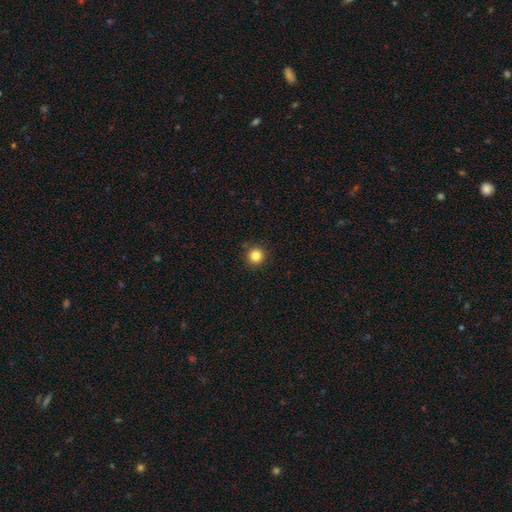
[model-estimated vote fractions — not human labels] Smooth or featured? smooth (84%)
How rounded? round (95%)
Merging? none (91%)